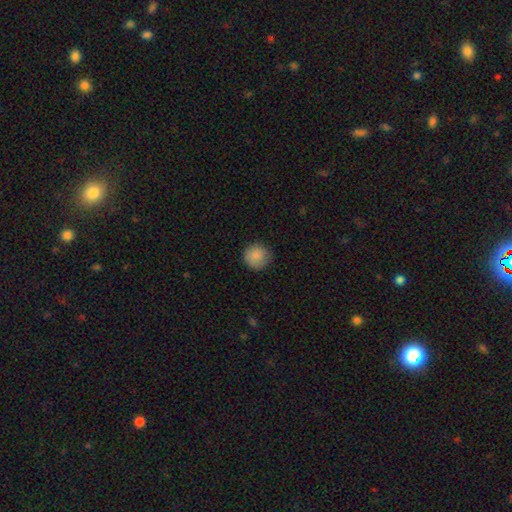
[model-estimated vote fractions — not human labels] smooth 87%, star or artifact 8%, featured or disk 5%. Down the decision tree: how rounded — round (94%); merging — none (86%).